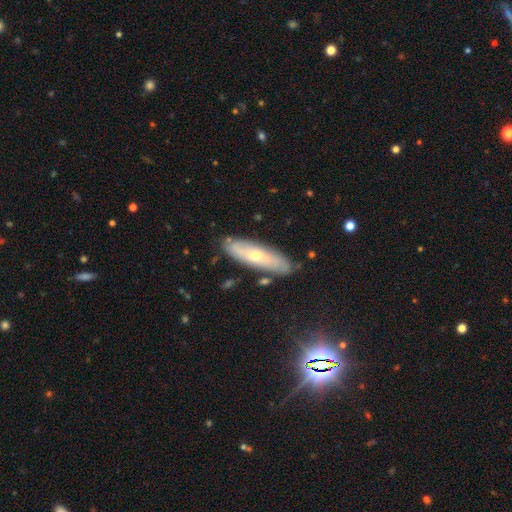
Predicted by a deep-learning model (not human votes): A featured or disk galaxy (54%). Merging: none (82%).